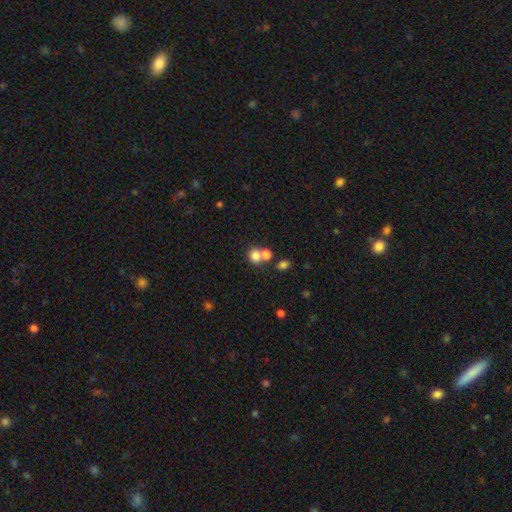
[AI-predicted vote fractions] Smooth or featured? Predicted: smooth (p=0.77). How rounded? Predicted: round (p=0.74). Merging? Predicted: merger (p=0.47).